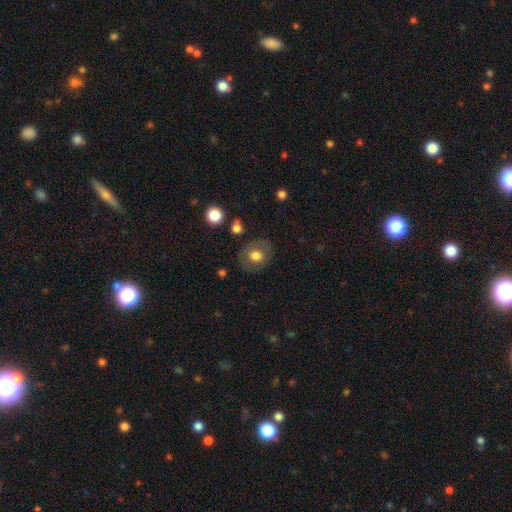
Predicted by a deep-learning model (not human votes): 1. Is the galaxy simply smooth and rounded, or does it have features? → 65% smooth, 27% featured or disk, 8% star or artifact.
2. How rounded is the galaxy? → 68% round, 31% in between, 1% cigar-shaped.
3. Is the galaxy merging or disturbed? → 80% none, 12% minor disturbance, 6% major disturbance, 2% merger.